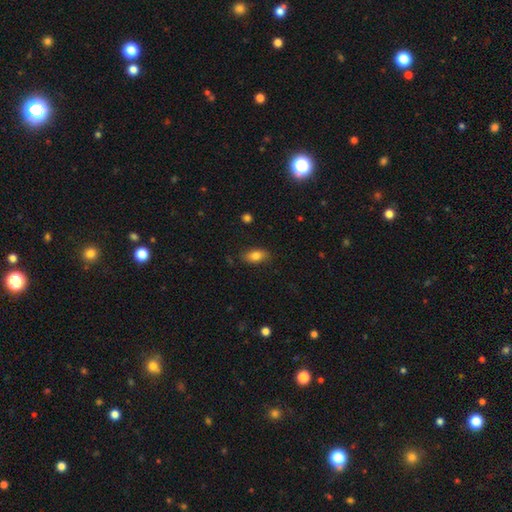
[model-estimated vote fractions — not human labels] Overall: smooth (81%). How rounded: in between (89%). Merging: none (83%).